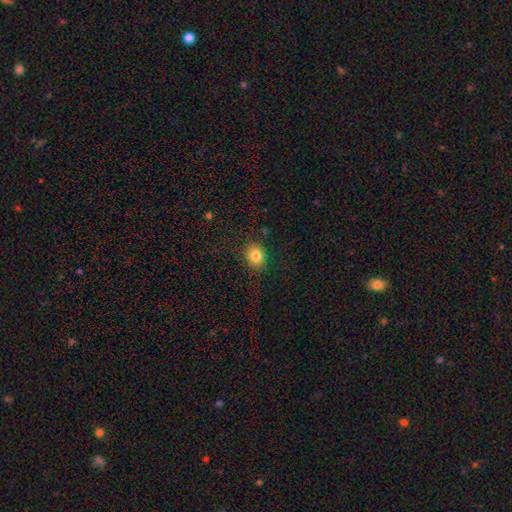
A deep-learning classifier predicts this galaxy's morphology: smooth 83%, star or artifact 10%, featured or disk 7%. Down the decision tree: how rounded — round (58%); merging — none (87%).